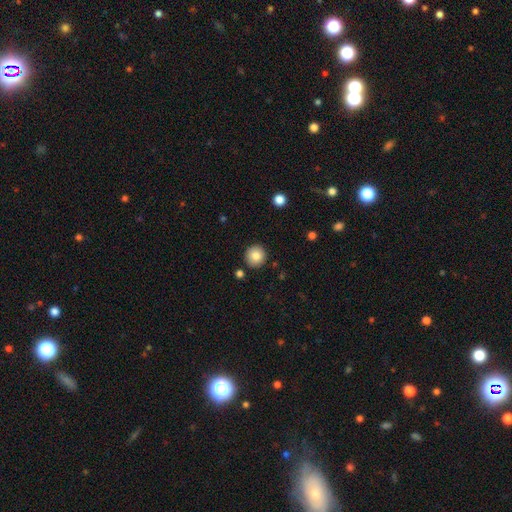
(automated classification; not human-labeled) Smooth or featured?
  - smooth: 84% *
  - star or artifact: 9%
  - featured or disk: 7%
How rounded?
  - round: 94% *
  - in between: 5%
  - cigar-shaped: 1%
Merging?
  - none: 90% *
  - minor disturbance: 6%
  - merger: 2%
  - major disturbance: 2%